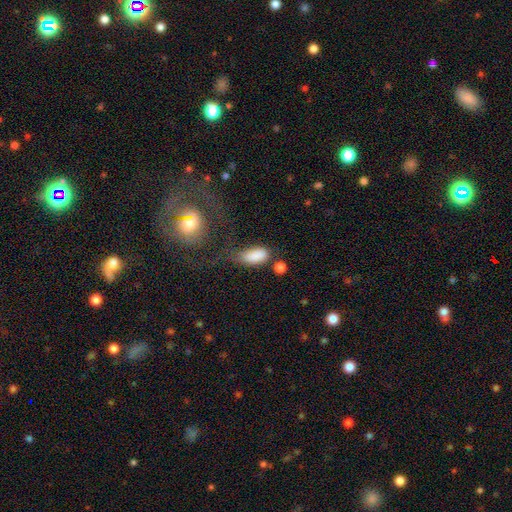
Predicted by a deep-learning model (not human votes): smooth 85%, star or artifact 8%, featured or disk 7%. Down the decision tree: how rounded — in between (88%); merging — none (39%).